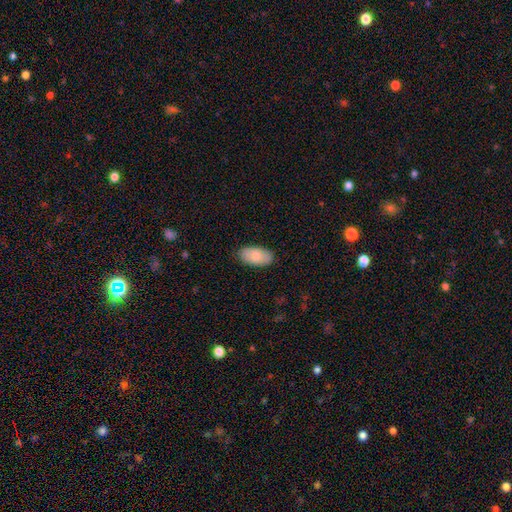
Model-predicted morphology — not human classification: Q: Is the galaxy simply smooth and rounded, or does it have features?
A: smooth — 79%.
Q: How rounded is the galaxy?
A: in between — 95%.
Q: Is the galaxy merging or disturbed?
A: none — 86%.